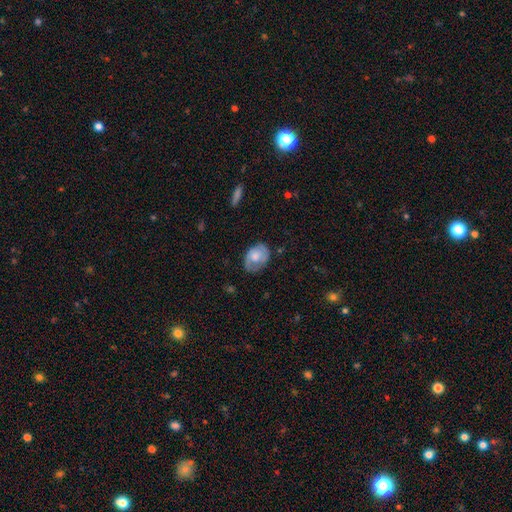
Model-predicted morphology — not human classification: smooth-or-featured: smooth: 56% | featured or disk: 37% | star or artifact: 7%
  how-rounded: in between: 75% | round: 24% | cigar-shaped: 1%
  merging: none: 64% | minor disturbance: 26% | major disturbance: 8% | merger: 2%